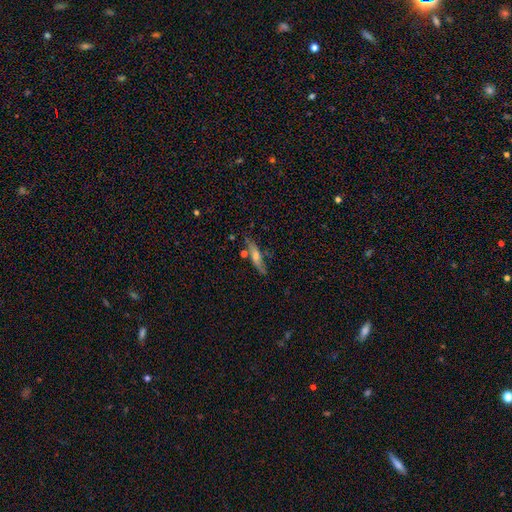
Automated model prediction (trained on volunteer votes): Q: Smooth or featured?
A: smooth (53%); runner-up: featured or disk (39%)
Q: How rounded?
A: cigar-shaped (72%); runner-up: in between (25%)
Q: Merging?
A: none (66%); runner-up: minor disturbance (19%)